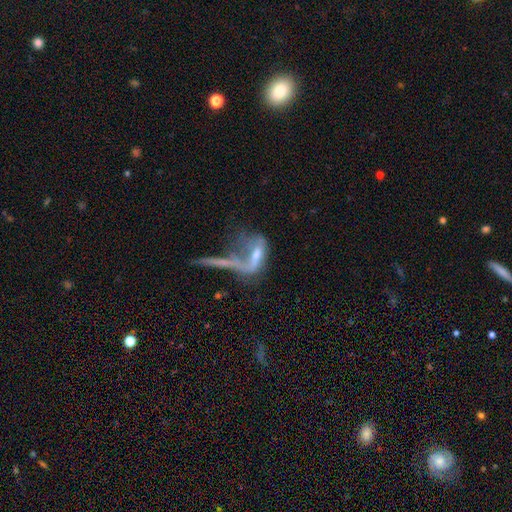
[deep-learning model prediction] Morphology: type=featured or disk (54%); edge-on=no (73%); merging=merger (42%).